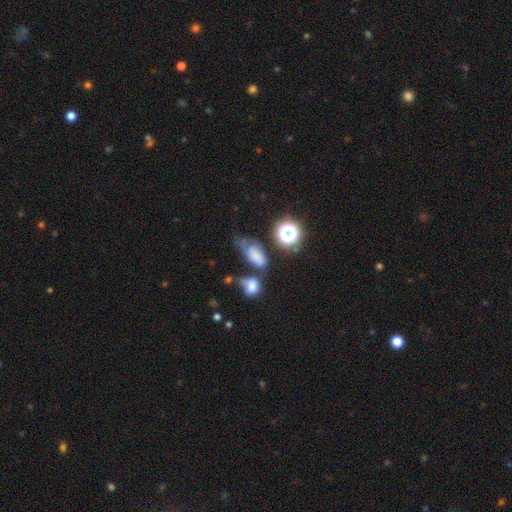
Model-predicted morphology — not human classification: Overall: smooth (62%; featured or disk 22%). How rounded: in between (82%). Merging: none (33%; minor disturbance 25%).